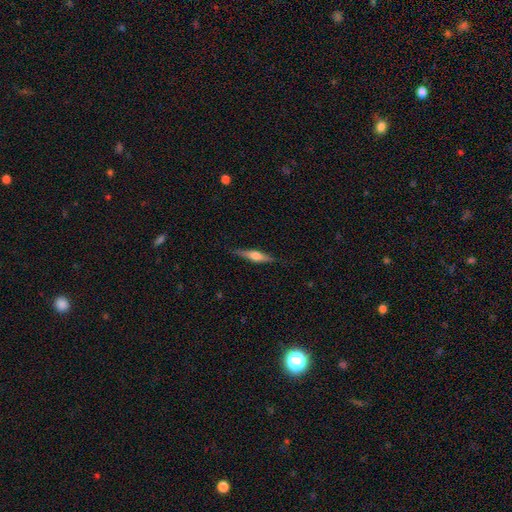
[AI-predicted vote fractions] A featured or disk galaxy (58%) viewed edge-on (96%) with a rounded central bulge (85%).

Vote fractions:
- Smooth or featured? featured or disk: 58% / smooth: 36% / star or artifact: 6%
- Edge-on disk? yes: 96% / no: 4%
- Edge-on bulge? rounded: 85% / boxy: 10% / none: 4%
- Merging? none: 85% / minor disturbance: 12% / major disturbance: 2% / merger: 1%